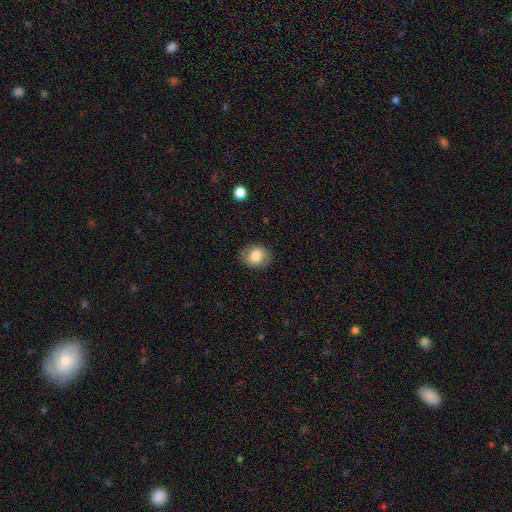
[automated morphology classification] Smooth or featured: smooth — 79% (featured or disk — 13%)
How rounded: in between — 52% (round — 47%)
Merging: none — 83% (minor disturbance — 12%)